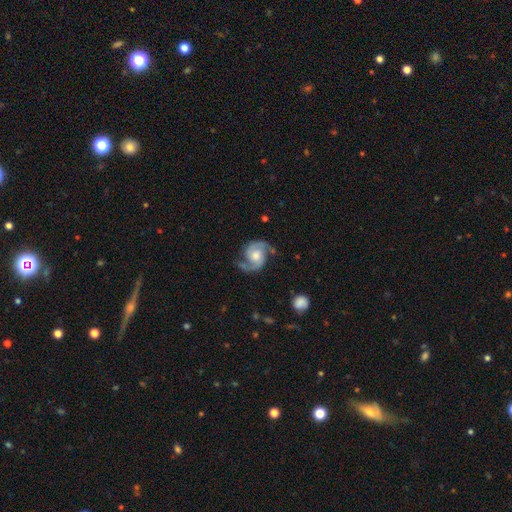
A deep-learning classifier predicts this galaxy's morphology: smooth-or-featured: featured or disk: 91% | smooth: 5% | star or artifact: 4%
  disk-edge-on: no: 98% | yes: 2%
    bar: no: 64% | weak: 29% | strong: 6%
    has-spiral-arms: yes: 98% | no: 2%
      spiral-winding: medium: 57% | loose: 22% | tight: 21%
      spiral-arm-count: 2: 94% | can't tell: 2% | 1: 1% | 3: 1% | 4: 1% | more than 4: 1%
    bulge-size: moderate: 61% | large: 17% | small: 16% | none: 4% | dominant: 2%
  merging: none: 76% | minor disturbance: 16% | major disturbance: 6% | merger: 2%